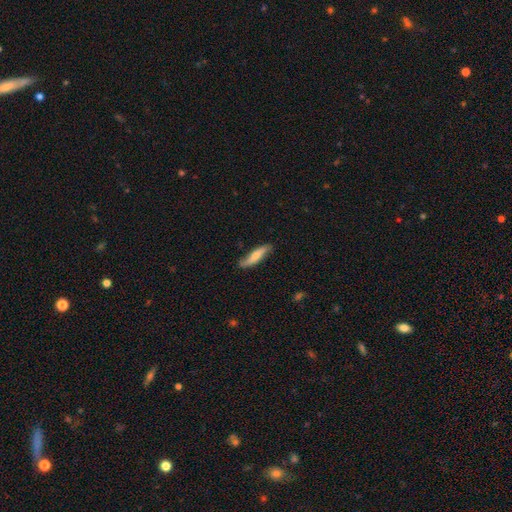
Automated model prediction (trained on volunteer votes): Smooth or featured? Predicted: smooth (p=0.60). How rounded? Predicted: cigar-shaped (p=0.79). Merging? Predicted: none (p=0.75).